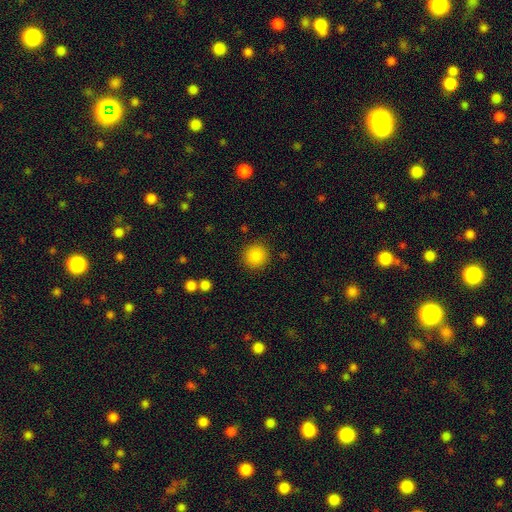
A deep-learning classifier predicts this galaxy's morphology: A smooth galaxy with no disk features (87%) that is round (93%).

Vote fractions:
- Smooth or featured? smooth: 87% / star or artifact: 9% / featured or disk: 4%
- How rounded? round: 93% / in between: 6% / cigar-shaped: 1%
- Merging? none: 89% / minor disturbance: 7% / major disturbance: 3% / merger: 2%